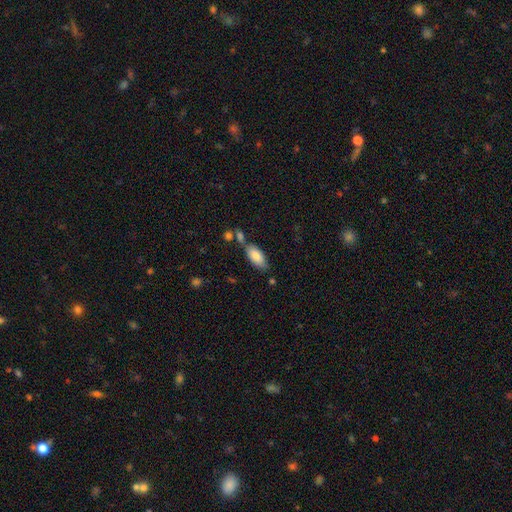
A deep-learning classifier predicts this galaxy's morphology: smooth_or_featured: smooth (p=0.82) [alt: featured or disk p=0.11]
how_rounded: in between (p=0.89) [alt: cigar-shaped p=0.09]
merging: none (p=0.63) [alt: minor disturbance p=0.18]